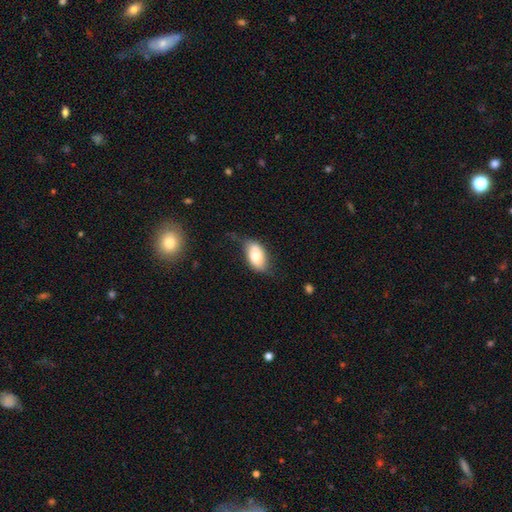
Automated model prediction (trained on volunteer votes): Morphology: type=smooth (75%); roundness=in between (92%); merging=none (47%).